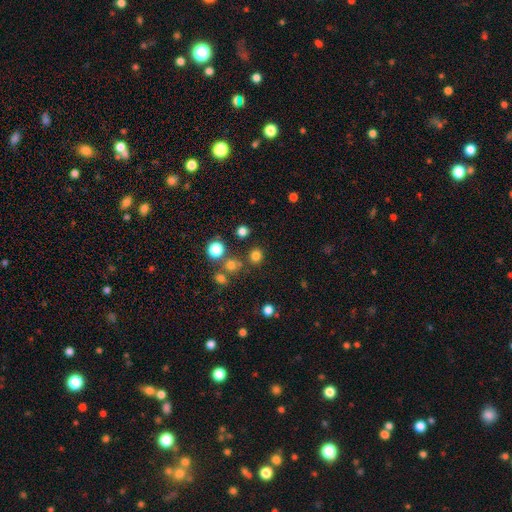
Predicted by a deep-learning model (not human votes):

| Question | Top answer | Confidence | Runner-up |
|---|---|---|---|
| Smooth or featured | smooth | 76% | star or artifact (19%) |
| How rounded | round | 85% | in between (14%) |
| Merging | none | 80% | merger (8%) |